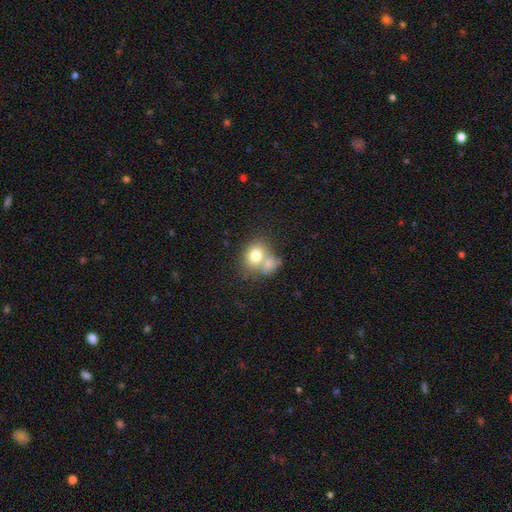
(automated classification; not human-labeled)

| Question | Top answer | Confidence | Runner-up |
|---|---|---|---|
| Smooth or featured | smooth | 74% | featured or disk (16%) |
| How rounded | round | 61% | in between (38%) |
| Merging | merger | 49% | none (36%) |